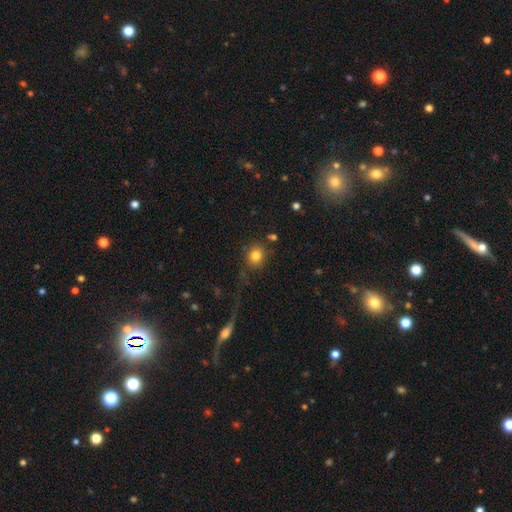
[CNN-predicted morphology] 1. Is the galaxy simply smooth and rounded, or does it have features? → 82% smooth, 10% star or artifact, 7% featured or disk.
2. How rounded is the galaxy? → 73% round, 26% in between, 1% cigar-shaped.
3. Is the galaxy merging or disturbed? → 72% none, 12% minor disturbance, 10% major disturbance, 6% merger.